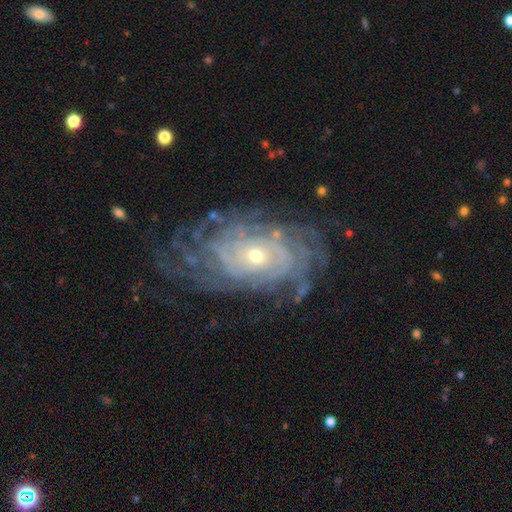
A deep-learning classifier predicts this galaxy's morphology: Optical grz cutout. It shows a featured or disk galaxy (88%) with no bar (79%), tight (79%) spiral arms (96%) and a small central bulge (65%). Merging: none (74%).